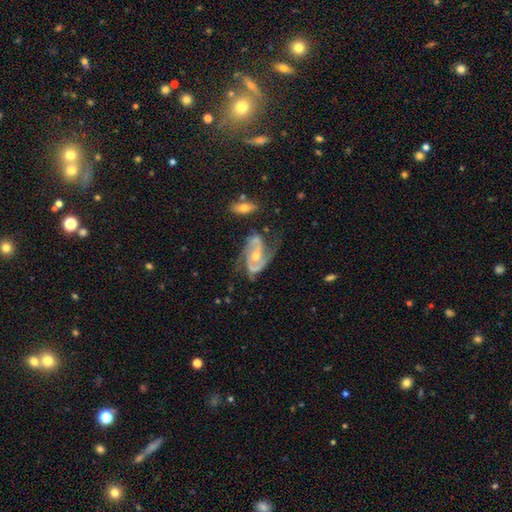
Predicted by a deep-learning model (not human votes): Smooth or featured?
  - featured or disk: 87% *
  - smooth: 7%
  - star or artifact: 6%
Edge-on disk?
  - no: 96% *
  - yes: 4%
Bar?
  - no: 49% *
  - weak: 34%
  - strong: 17%
Spiral arms?
  - yes: 96% *
  - no: 4%
Spiral winding?
  - medium: 50% *
  - loose: 26%
  - tight: 24%
Spiral arm count?
  - 2: 84% *
  - can't tell: 5%
  - 1: 4%
  - 3: 4%
  - 4: 1%
  - more than 4: 1%
Bulge size?
  - moderate: 61% *
  - small: 34%
  - large: 3%
  - none: 1%
  - dominant: 1%
Merging?
  - none: 51% *
  - minor disturbance: 23%
  - major disturbance: 17%
  - merger: 8%